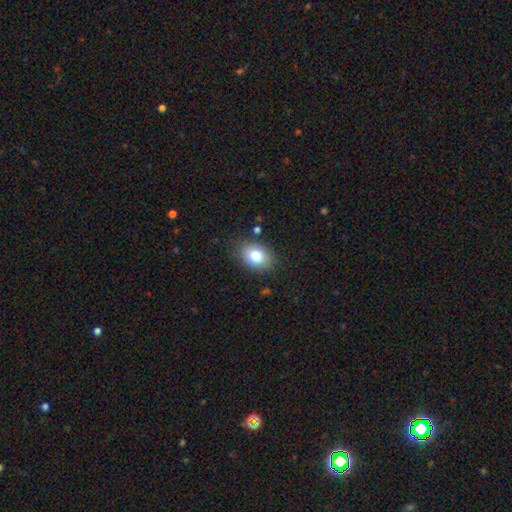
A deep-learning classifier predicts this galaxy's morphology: This is clearly a smooth galaxy (81%). How rounded: likely in between (69%). Merging: clearly none (83%).